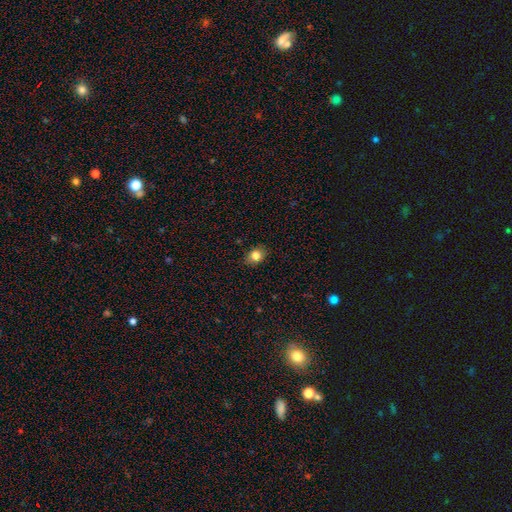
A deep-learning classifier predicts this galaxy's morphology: A smooth galaxy with no disk features (82%) that is in between round and cigar-shaped (53%). Merging: none (85%).